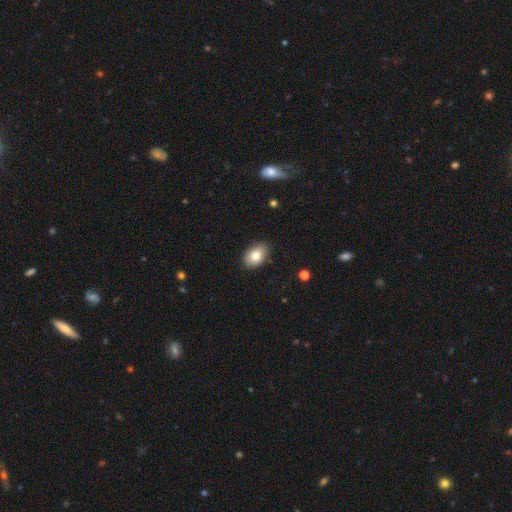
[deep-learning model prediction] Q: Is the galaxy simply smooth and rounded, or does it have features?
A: smooth — 80%.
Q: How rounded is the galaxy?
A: in between — 86%.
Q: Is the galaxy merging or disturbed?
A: none — 86%.